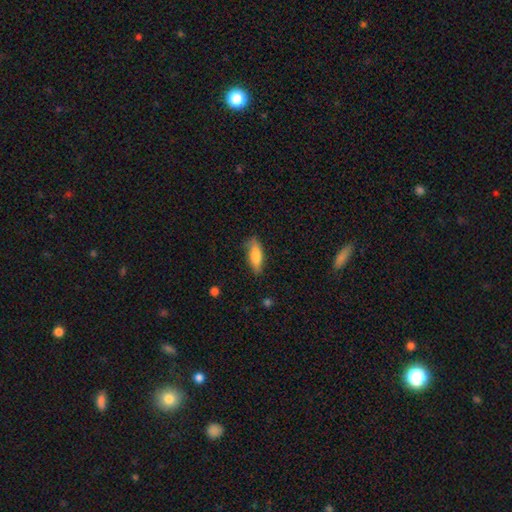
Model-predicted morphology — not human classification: A smooth galaxy with no disk features (79%) that is in between round and cigar-shaped (62%).

Vote fractions:
- Smooth or featured? smooth: 79% / featured or disk: 15% / star or artifact: 6%
- How rounded? in between: 62% / cigar-shaped: 36% / round: 2%
- Merging? none: 75% / minor disturbance: 19% / major disturbance: 4% / merger: 1%